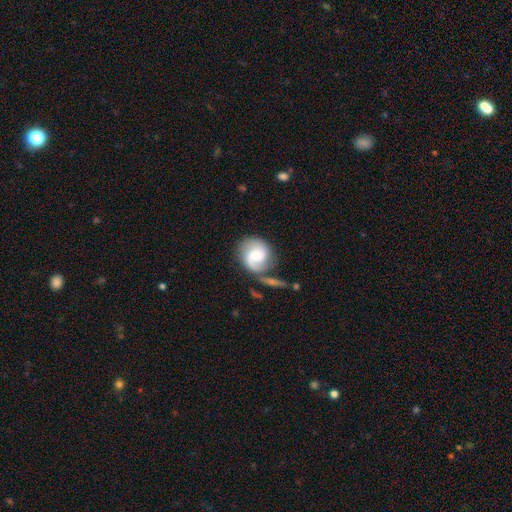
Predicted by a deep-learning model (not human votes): This appears to be a featured or disk galaxy (70%) with no bar (51%), 2 (76%) medium (46%) spiral arms (93%) and a moderate central bulge (46%). Merging: none (61%).